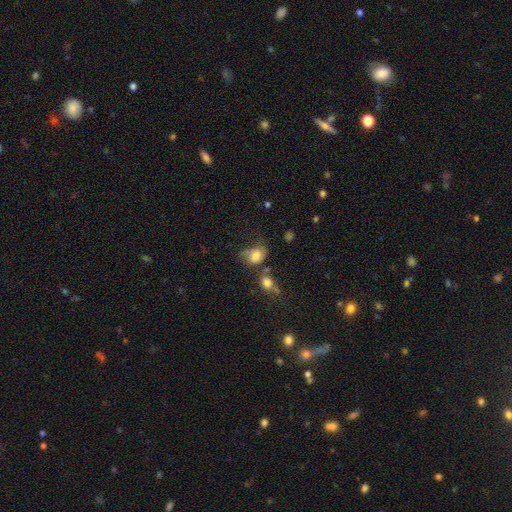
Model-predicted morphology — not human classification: smooth 74%, featured or disk 16%, star or artifact 11%. Down the decision tree: how rounded — in between (66%); merging — none (33%).